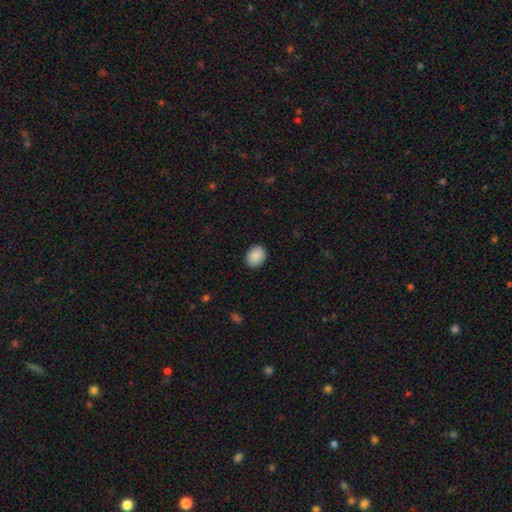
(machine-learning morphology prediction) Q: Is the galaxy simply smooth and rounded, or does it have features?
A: smooth — 90%.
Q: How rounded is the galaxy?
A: in between — 56%.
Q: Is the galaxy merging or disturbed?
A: none — 90%.